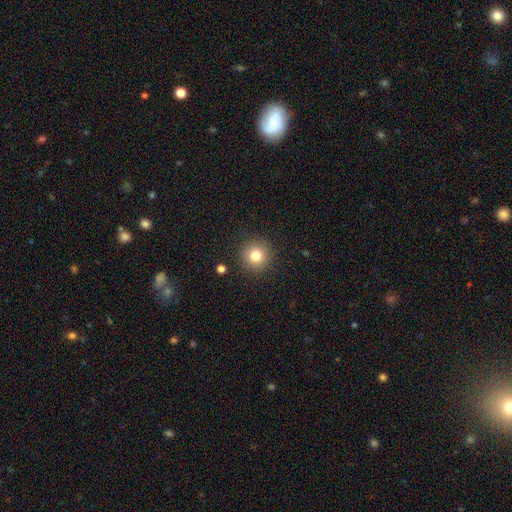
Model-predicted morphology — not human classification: smooth-or-featured: smooth: 81% | star or artifact: 12% | featured or disk: 8%
  how-rounded: round: 95% | in between: 4% | cigar-shaped: 1%
  merging: none: 90% | minor disturbance: 6% | major disturbance: 2% | merger: 2%